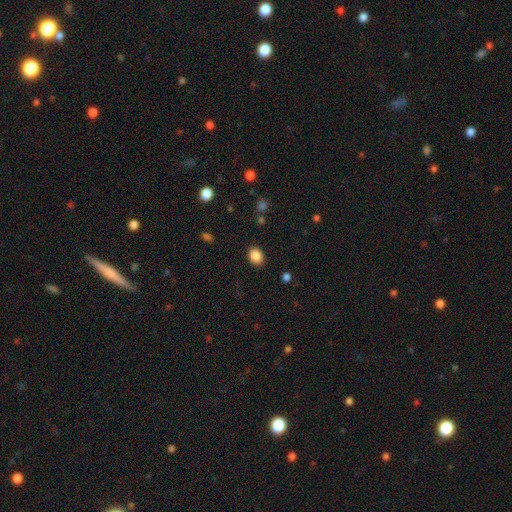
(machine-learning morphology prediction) A smooth galaxy with no disk features (87%) that is in between round and cigar-shaped (60%). Merging: none (87%).